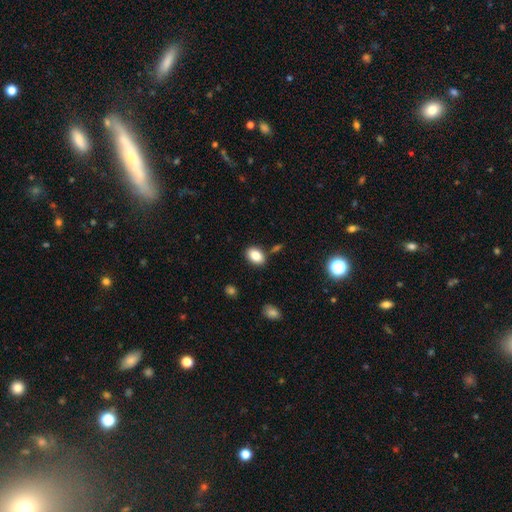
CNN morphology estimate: Q: Smooth or featured?
A: smooth (85%); runner-up: star or artifact (9%)
Q: How rounded?
A: in between (82%); runner-up: round (16%)
Q: Merging?
A: none (83%); runner-up: minor disturbance (10%)